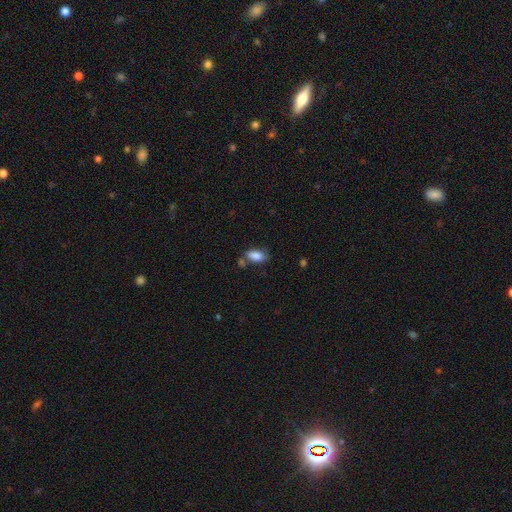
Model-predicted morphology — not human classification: A smooth galaxy with no disk features (85%) that is in between round and cigar-shaped (91%).

Vote fractions:
- Smooth or featured? smooth: 85% / star or artifact: 8% / featured or disk: 7%
- How rounded? in between: 91% / round: 5% / cigar-shaped: 4%
- Merging? none: 62% / minor disturbance: 18% / merger: 15% / major disturbance: 5%